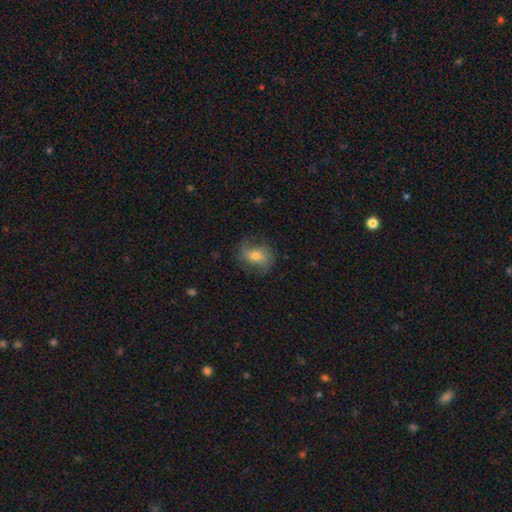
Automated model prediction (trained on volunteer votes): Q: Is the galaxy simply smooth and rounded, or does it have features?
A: featured or disk — 52%.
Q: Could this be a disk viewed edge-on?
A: no — 94%.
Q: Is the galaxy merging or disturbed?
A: none — 73%.